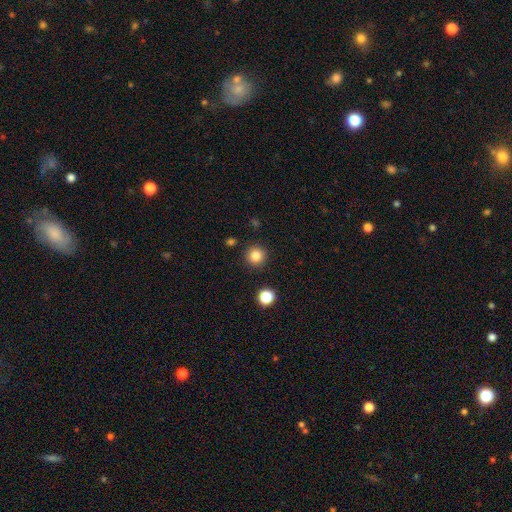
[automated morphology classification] A smooth galaxy with no disk features (84%) that is round (95%).

Vote fractions:
- Smooth or featured? smooth: 84% / star or artifact: 11% / featured or disk: 5%
- How rounded? round: 95% / in between: 4% / cigar-shaped: 1%
- Merging? none: 91% / minor disturbance: 5% / major disturbance: 2% / merger: 2%